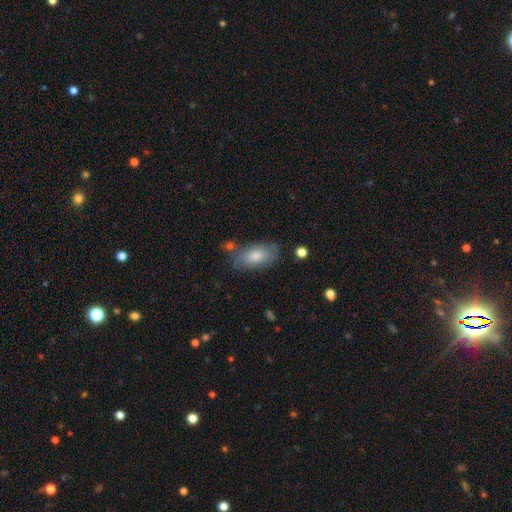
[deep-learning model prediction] This is likely a smooth galaxy (78%). How rounded: clearly in between (90%). Merging: likely none (74%).